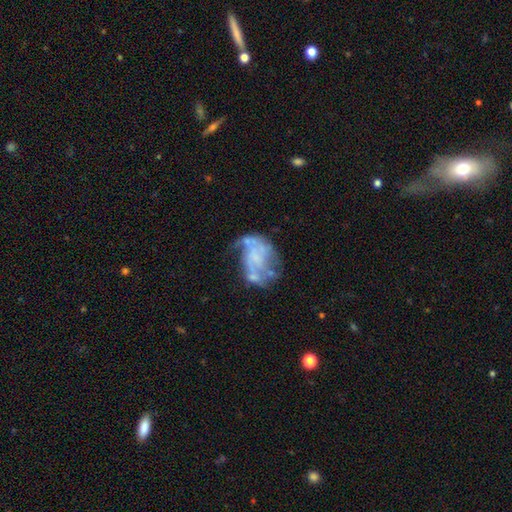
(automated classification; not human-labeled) This appears to be a featured or disk galaxy (73%) with no bar (75%), spiral arms (51%) and no central bulge (67%). Merging: none (35%).